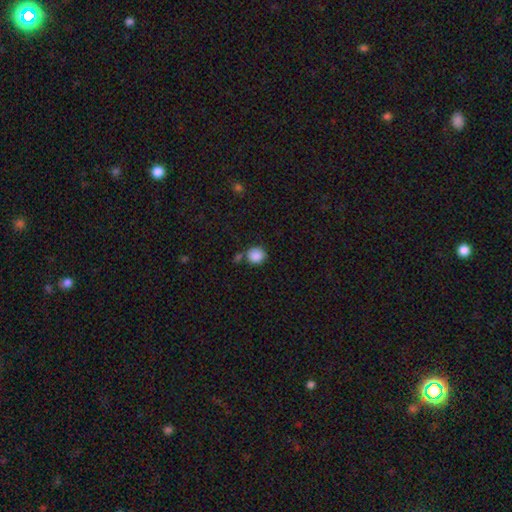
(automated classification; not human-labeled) Overall: smooth (88%). How rounded: round (84%). Merging: none (67%).